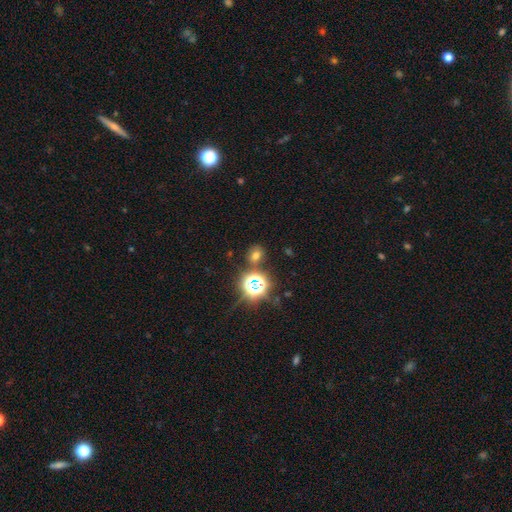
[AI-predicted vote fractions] Smooth or featured: smooth — 57% (star or artifact — 34%)
How rounded: round — 57% (in between — 42%)
Merging: none — 80% (minor disturbance — 10%)